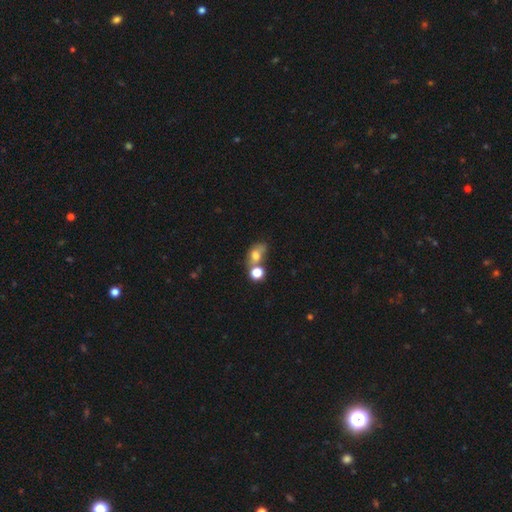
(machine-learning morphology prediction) A smooth galaxy with no disk features (68%) that is in between round and cigar-shaped (64%). Merging: merger (42%).